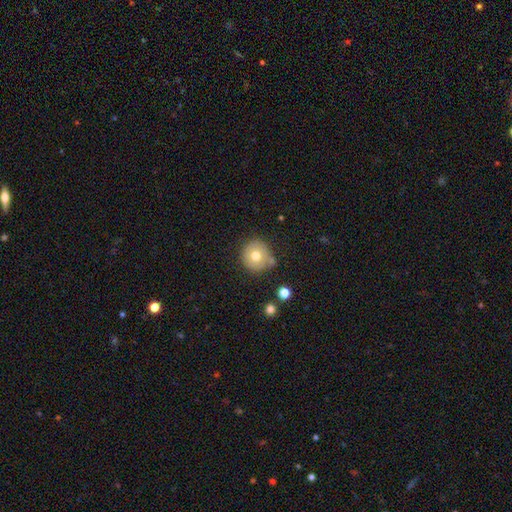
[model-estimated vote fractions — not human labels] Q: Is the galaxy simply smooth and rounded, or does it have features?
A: smooth — 72%.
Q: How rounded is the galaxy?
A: round — 93%.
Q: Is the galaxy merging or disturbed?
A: none — 69%.